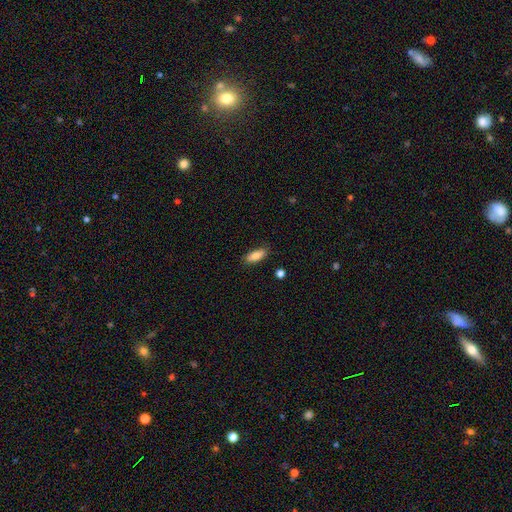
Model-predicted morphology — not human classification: Smooth or featured?
  - smooth: 83% *
  - featured or disk: 10%
  - star or artifact: 7%
How rounded?
  - in between: 78% *
  - cigar-shaped: 19%
  - round: 2%
Merging?
  - none: 83% *
  - minor disturbance: 13%
  - major disturbance: 2%
  - merger: 2%